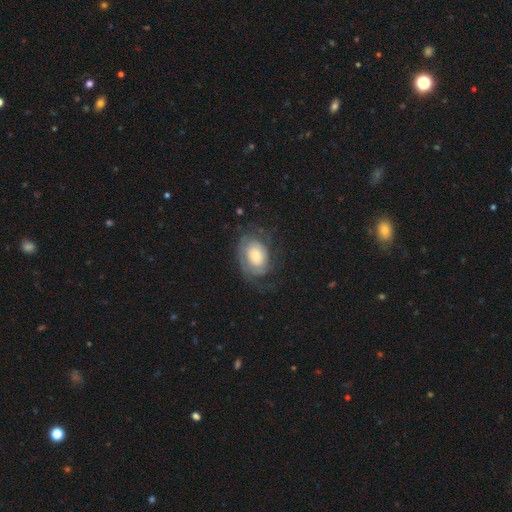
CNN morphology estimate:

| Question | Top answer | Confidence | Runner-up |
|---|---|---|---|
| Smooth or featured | featured or disk | 56% | smooth (37%) |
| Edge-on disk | no | 96% | yes (4%) |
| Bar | no | 81% | weak (16%) |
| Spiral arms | yes | 71% | no (29%) |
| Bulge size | moderate | 40% | small (34%) |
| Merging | none | 57% | minor disturbance (21%) |